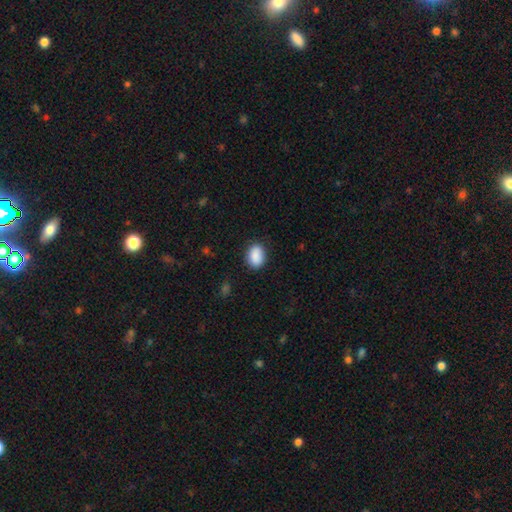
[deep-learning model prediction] A smooth galaxy with no disk features (90%) that is in between round and cigar-shaped (79%).

Vote fractions:
- Smooth or featured? smooth: 90% / star or artifact: 7% / featured or disk: 3%
- How rounded? in between: 79% / round: 20% / cigar-shaped: 1%
- Merging? none: 85% / minor disturbance: 11% / major disturbance: 3% / merger: 1%